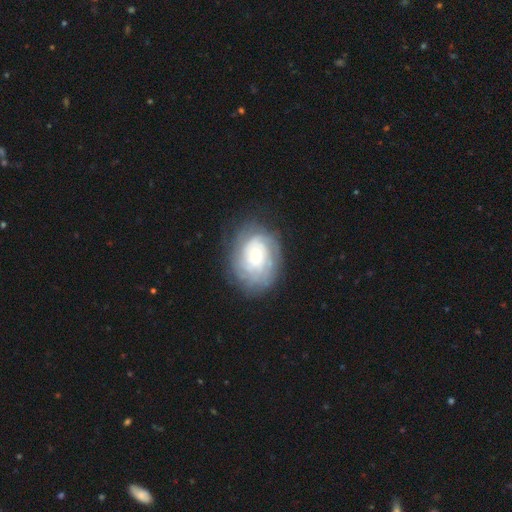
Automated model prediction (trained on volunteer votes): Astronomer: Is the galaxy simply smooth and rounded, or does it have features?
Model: featured or disk — 71%.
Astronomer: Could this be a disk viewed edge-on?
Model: no — 97%.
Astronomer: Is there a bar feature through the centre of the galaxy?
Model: no — 77%.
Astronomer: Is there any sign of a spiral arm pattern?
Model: yes — 90%.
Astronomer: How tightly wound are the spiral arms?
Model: tight — 73%.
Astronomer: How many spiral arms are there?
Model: can't tell — 51%.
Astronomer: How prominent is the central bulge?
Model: small — 49% (runner-up: moderate, 39%).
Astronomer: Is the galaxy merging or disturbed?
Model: none — 74%.